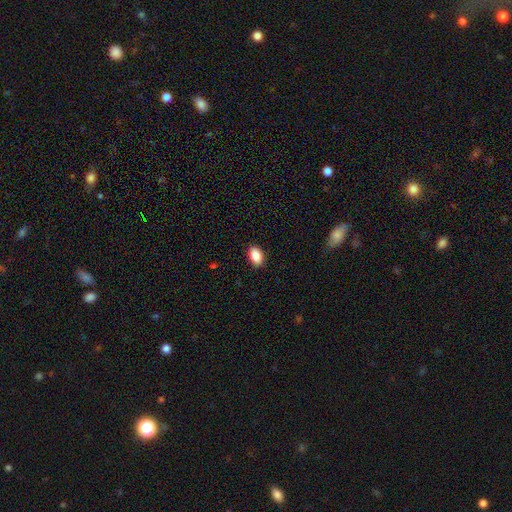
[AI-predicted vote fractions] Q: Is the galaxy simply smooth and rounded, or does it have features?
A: smooth — 89%.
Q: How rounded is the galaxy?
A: in between — 89%.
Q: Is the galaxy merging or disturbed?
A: none — 89%.